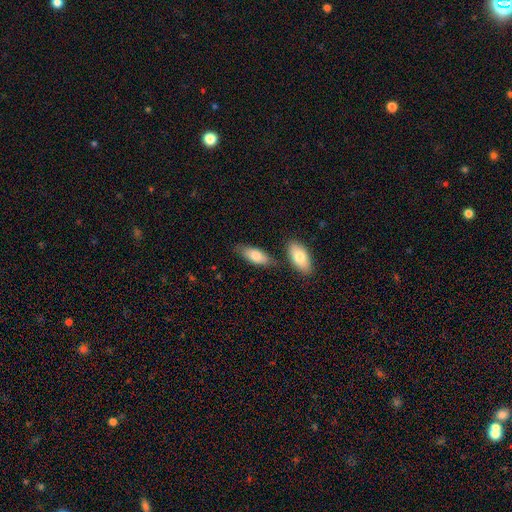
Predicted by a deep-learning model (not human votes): Overall: smooth (80%). How rounded: in between (80%). Merging: none (68%).